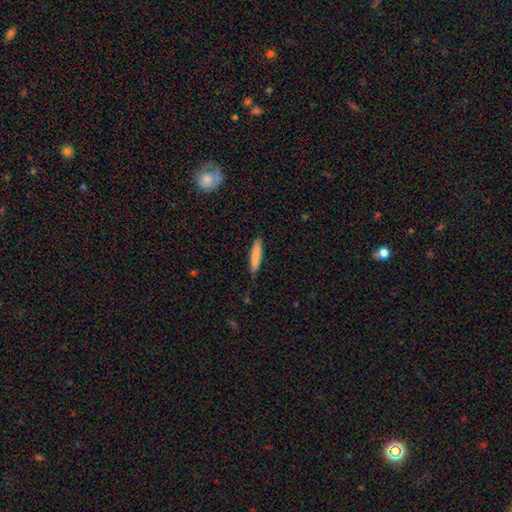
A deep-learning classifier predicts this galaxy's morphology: The model was most divided on "merging": none: 78%, minor disturbance: 18%, major disturbance: 3%, merger: 1%. More confident: how rounded — cigar-shaped (86%); smooth or featured — smooth (82%).